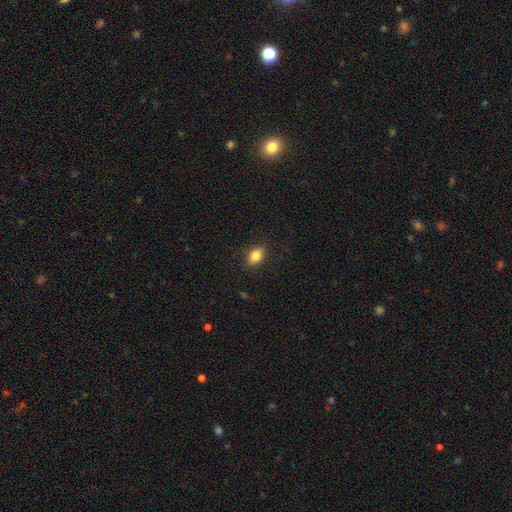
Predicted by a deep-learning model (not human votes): Smooth or featured? smooth (84%)
How rounded? in between (81%)
Merging? none (86%)